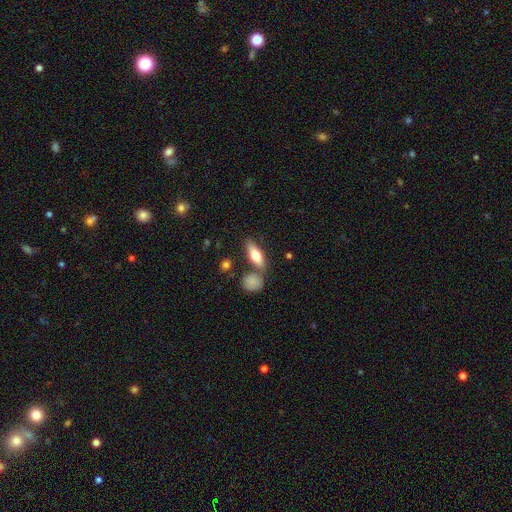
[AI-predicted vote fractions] A smooth galaxy with no disk features (67%) that is in between round and cigar-shaped (62%). Merging: none (71%).